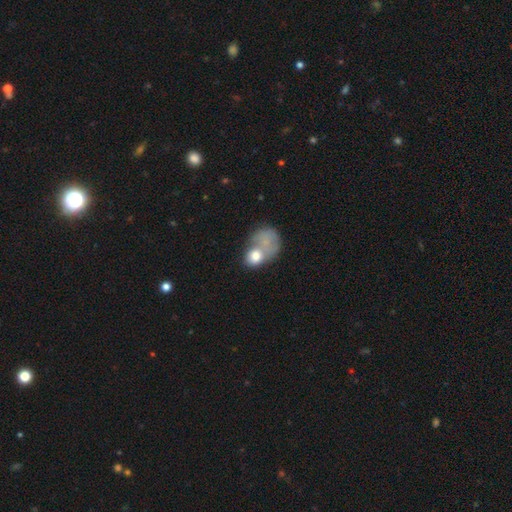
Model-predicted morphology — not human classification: Smooth or featured: smooth — 70% (featured or disk — 21%)
How rounded: in between — 57% (round — 41%)
Merging: merger — 52% (major disturbance — 20%)